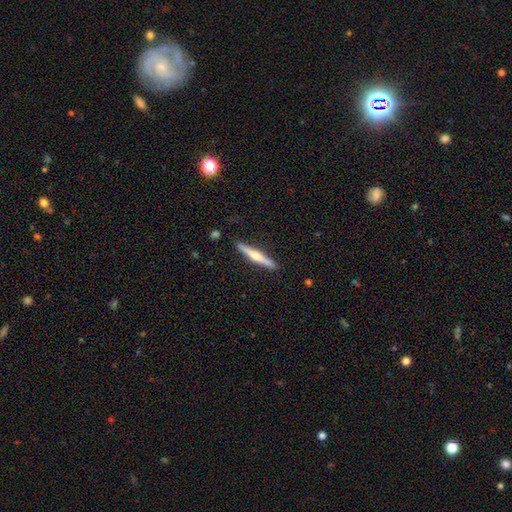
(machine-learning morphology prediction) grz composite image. It shows a featured or disk galaxy (62%) viewed edge-on (98%) with a rounded central bulge (90%). Merging: none (90%).